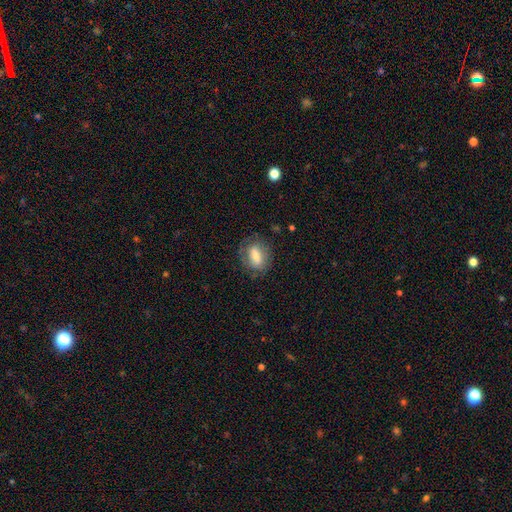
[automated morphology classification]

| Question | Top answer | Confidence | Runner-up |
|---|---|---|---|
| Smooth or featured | smooth | 59% | featured or disk (32%) |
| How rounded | in between | 72% | round (23%) |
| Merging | none | 72% | minor disturbance (18%) |